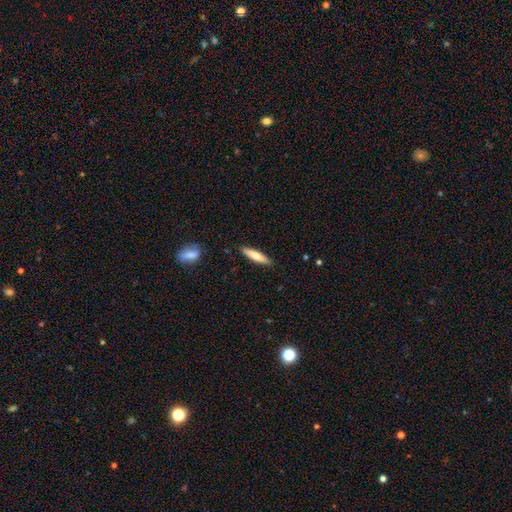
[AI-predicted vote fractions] A smooth galaxy with no disk features (73%) that is cigar-shaped (79%).

Vote fractions:
- Smooth or featured? smooth: 73% / featured or disk: 22% / star or artifact: 6%
- How rounded? cigar-shaped: 79% / in between: 20% / round: 1%
- Merging? none: 88% / minor disturbance: 9% / major disturbance: 2% / merger: 2%